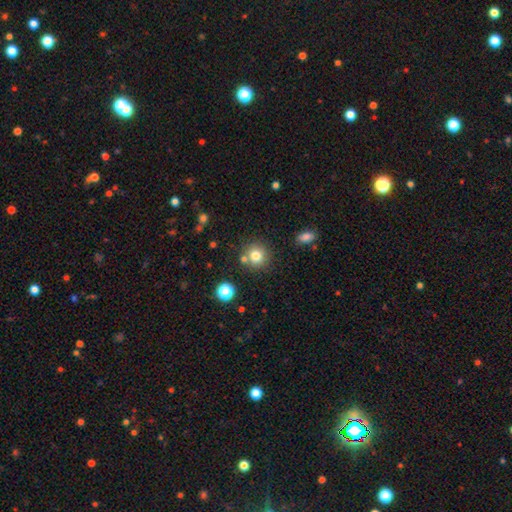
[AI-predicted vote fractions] Morphology: type=smooth (78%); roundness=round (91%); merging=none (76%).